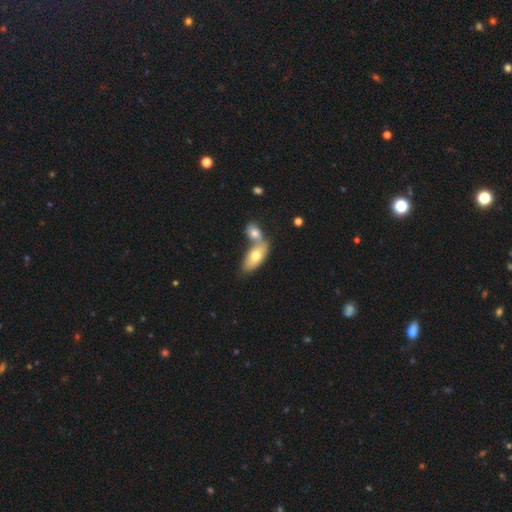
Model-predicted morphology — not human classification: This appears to be a smooth galaxy with no disk features (70%) that is in between round and cigar-shaped (86%). Merging: merger (60%).